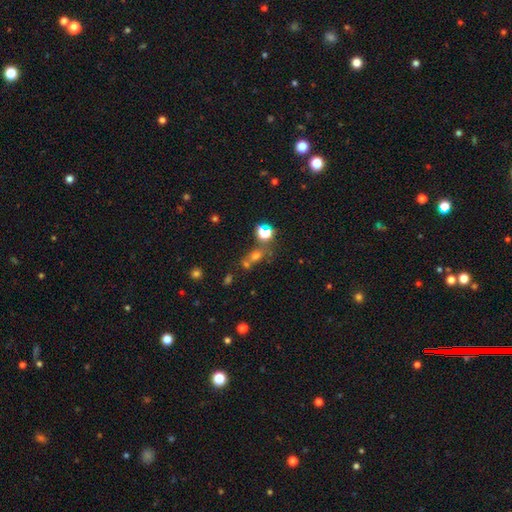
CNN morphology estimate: This is possibly a smooth galaxy (53%). How rounded: likely round (60%). Merging: possibly none (48%).